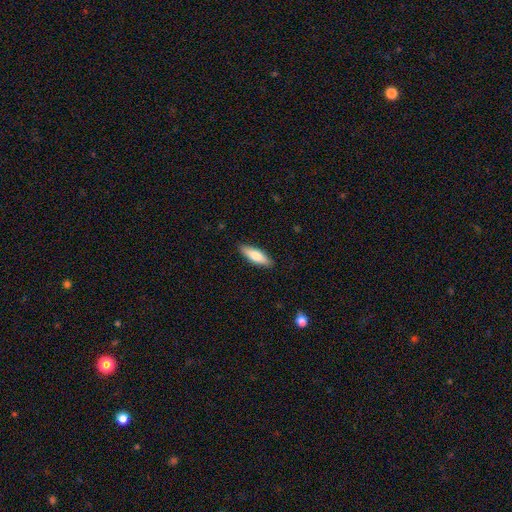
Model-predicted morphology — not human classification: Smooth or featured: smooth — 75% (featured or disk — 20%)
How rounded: cigar-shaped — 51% (in between — 47%)
Merging: none — 89% (minor disturbance — 8%)